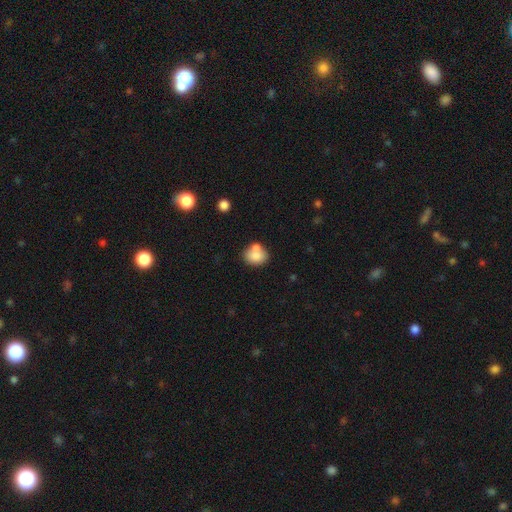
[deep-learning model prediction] smooth_or_featured: smooth (p=0.78) [alt: featured or disk p=0.13]
how_rounded: round (p=0.56) [alt: in between p=0.43]
merging: none (p=0.49) [alt: merger p=0.33]